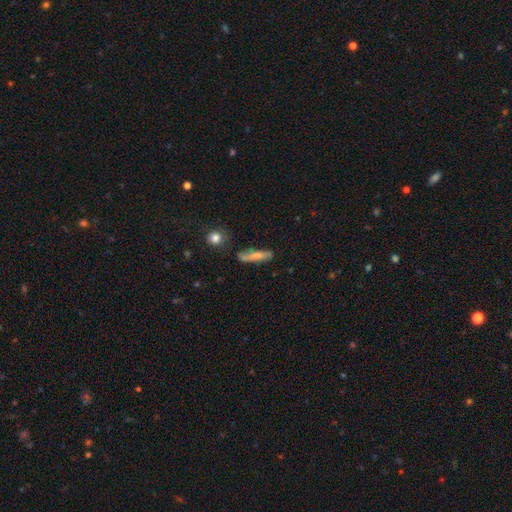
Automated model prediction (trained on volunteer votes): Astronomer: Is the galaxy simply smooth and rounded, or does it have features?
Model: smooth — 70%.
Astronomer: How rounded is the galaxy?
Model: cigar-shaped — 77%.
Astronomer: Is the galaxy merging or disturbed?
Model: none — 72%.